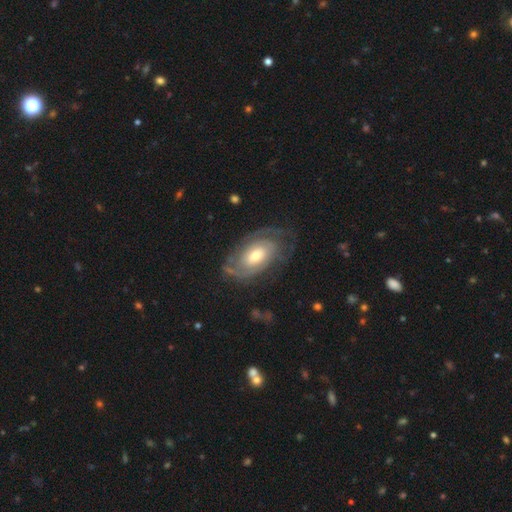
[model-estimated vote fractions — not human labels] This appears to be a featured or disk galaxy (80%) with no bar (65%), 2 (40%) tight (65%) spiral arms (89%) and a moderate central bulge (65%). Merging: none (70%).